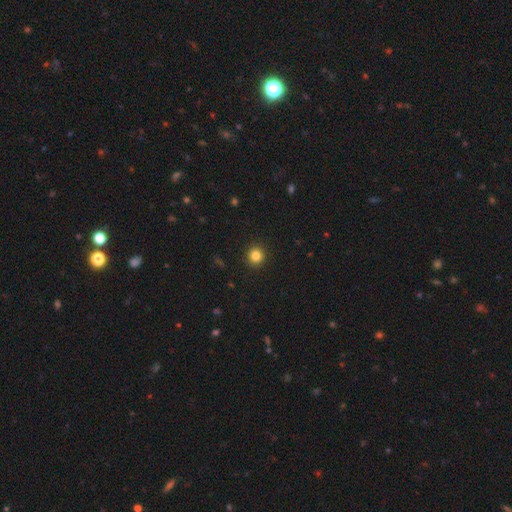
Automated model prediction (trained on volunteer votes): Smooth or featured?
  - smooth: 83% *
  - star or artifact: 12%
  - featured or disk: 5%
How rounded?
  - round: 93% *
  - in between: 6%
  - cigar-shaped: 1%
Merging?
  - none: 93% *
  - minor disturbance: 5%
  - major disturbance: 2%
  - merger: 1%